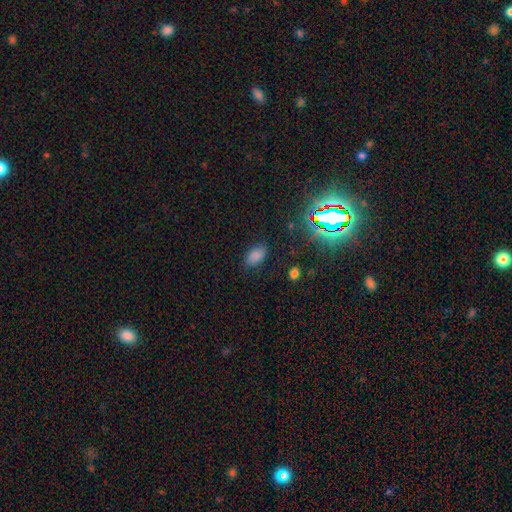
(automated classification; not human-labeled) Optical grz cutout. It shows a smooth galaxy with no disk features (78%) that is in between round and cigar-shaped (92%). Merging: none (80%).